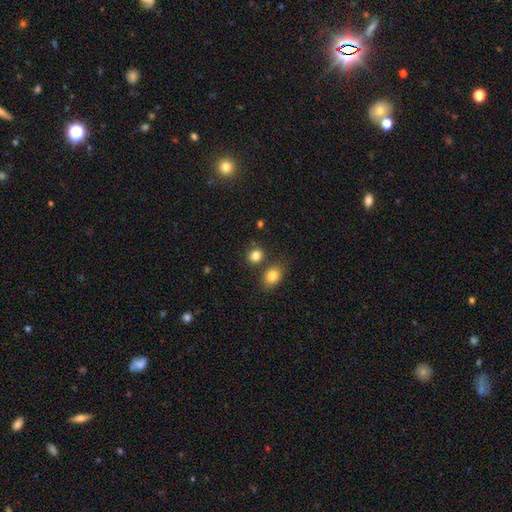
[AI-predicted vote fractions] Morphology: type=smooth (83%); roundness=round (73%); merging=none (73%).